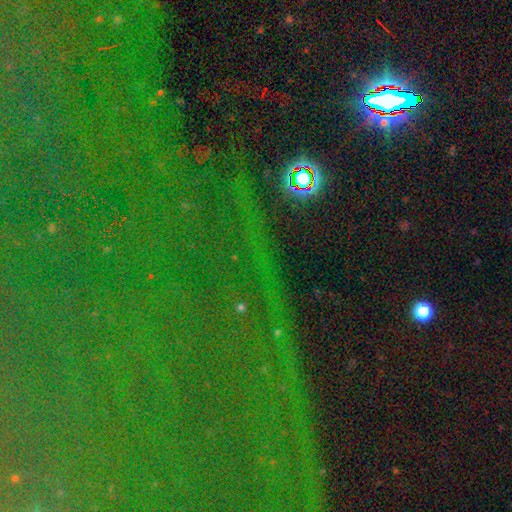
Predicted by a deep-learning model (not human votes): Smooth or featured? Predicted: star or artifact (p=0.85).